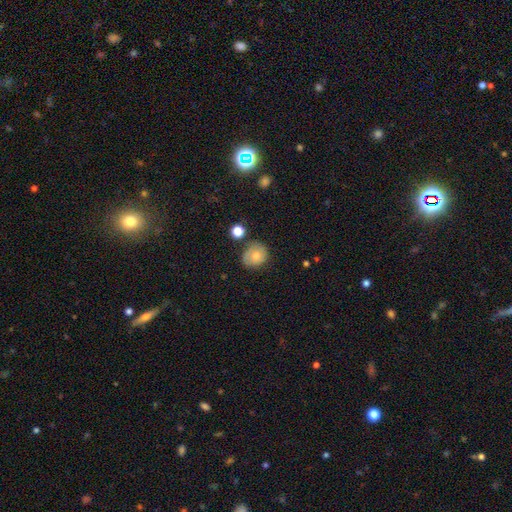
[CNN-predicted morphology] smooth-or-featured: smooth: 66% | featured or disk: 24% | star or artifact: 10%
  how-rounded: round: 73% | in between: 26% | cigar-shaped: 1%
  merging: none: 63% | minor disturbance: 24% | major disturbance: 7% | merger: 5%